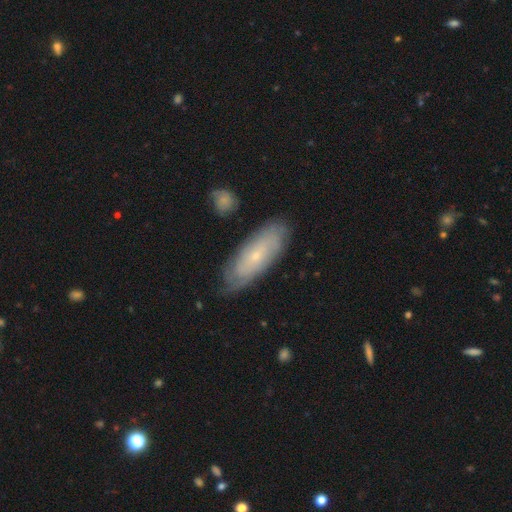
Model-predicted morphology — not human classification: Smooth or featured?
  - featured or disk: 58% *
  - smooth: 35%
  - star or artifact: 7%
Edge-on disk?
  - no: 82% *
  - yes: 18%
Merging?
  - none: 80% *
  - minor disturbance: 15%
  - major disturbance: 3%
  - merger: 2%